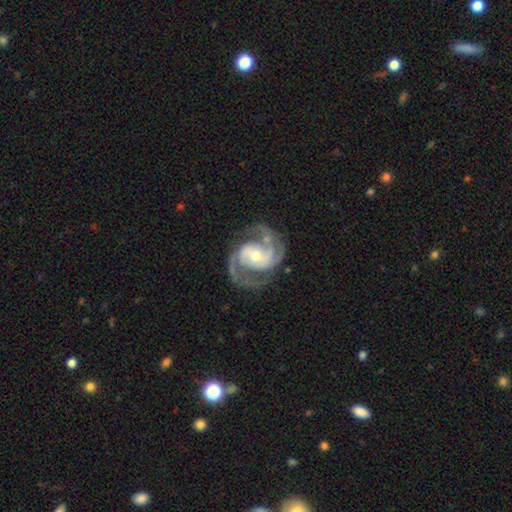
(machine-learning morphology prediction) Smooth or featured? Predicted: featured or disk (p=0.92). Edge-on disk? Predicted: no (p=0.98). Bar? Predicted: no (p=0.42). Spiral arms? Predicted: yes (p=0.98). Spiral winding? Predicted: medium (p=0.59). Spiral arm count? Predicted: 2 (p=0.81). Bulge size? Predicted: moderate (p=0.58). Merging? Predicted: none (p=0.74).